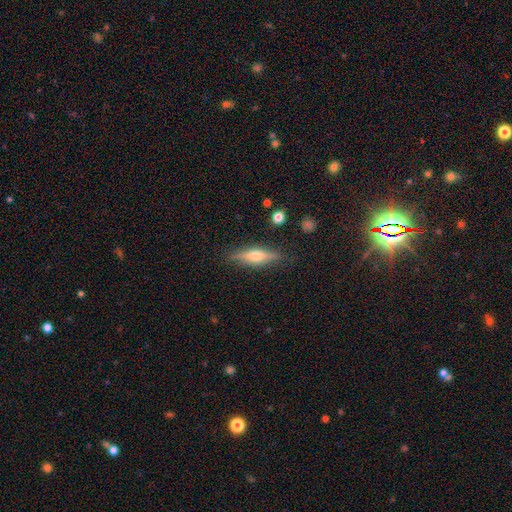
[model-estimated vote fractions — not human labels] Smooth or featured? Predicted: featured or disk (p=0.60). Edge-on disk? Predicted: yes (p=0.95). Edge-on bulge? Predicted: rounded (p=0.86). Merging? Predicted: none (p=0.87).